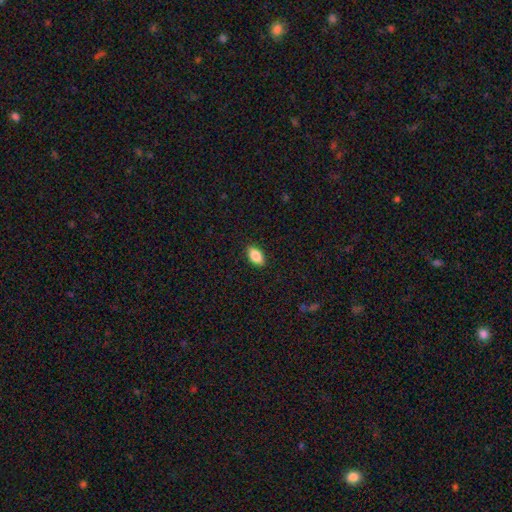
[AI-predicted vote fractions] smooth-or-featured: smooth: 86% | star or artifact: 8% | featured or disk: 6%
  how-rounded: in between: 91% | round: 5% | cigar-shaped: 4%
  merging: none: 88% | minor disturbance: 9% | major disturbance: 2% | merger: 1%